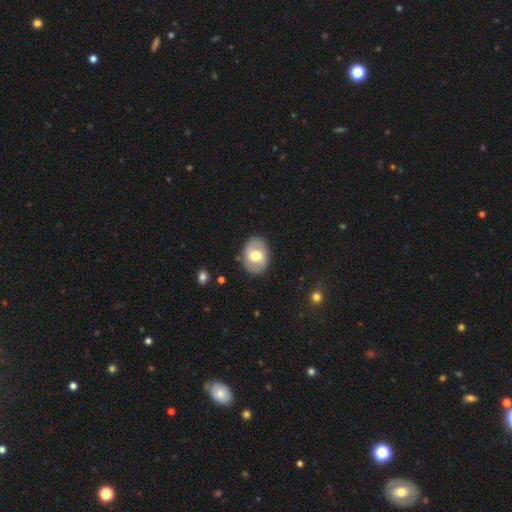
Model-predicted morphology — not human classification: A featured or disk galaxy (47%, tied with smooth).

Vote fractions:
- Smooth or featured? featured or disk: 47% (tied) / smooth: 47% (tied) / star or artifact: 6%
- Merging? none: 84% / minor disturbance: 11% / major disturbance: 3% / merger: 1%